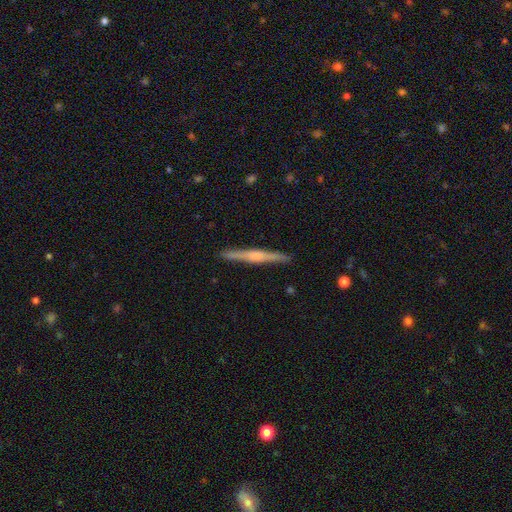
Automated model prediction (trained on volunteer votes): This appears to be a featured or disk galaxy (65%) viewed edge-on (98%) with a rounded central bulge (55%). Merging: none (91%).